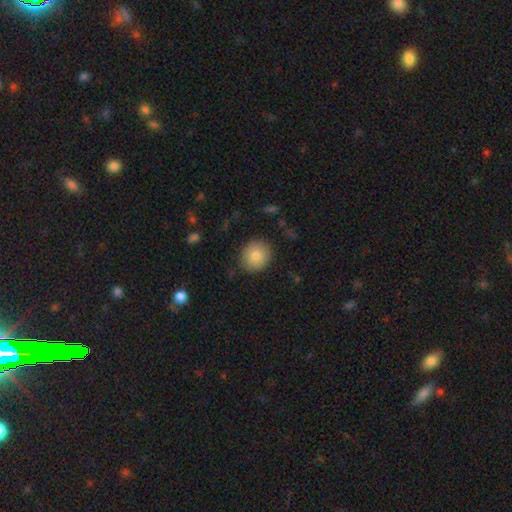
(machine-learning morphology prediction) type=smooth (84%); roundness=round (84%); merging=none (88%).